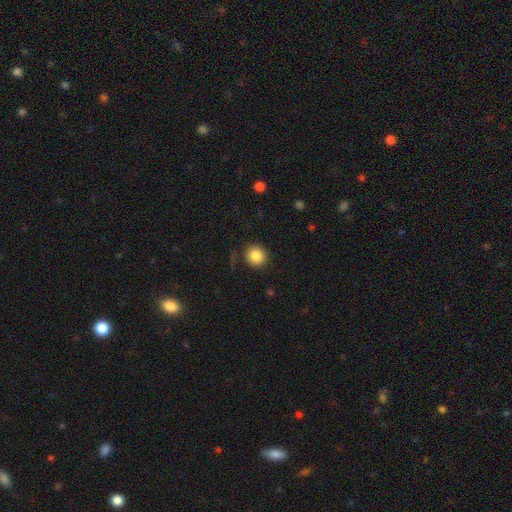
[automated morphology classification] Smooth or featured? smooth (86%)
How rounded? round (91%)
Merging? none (85%)